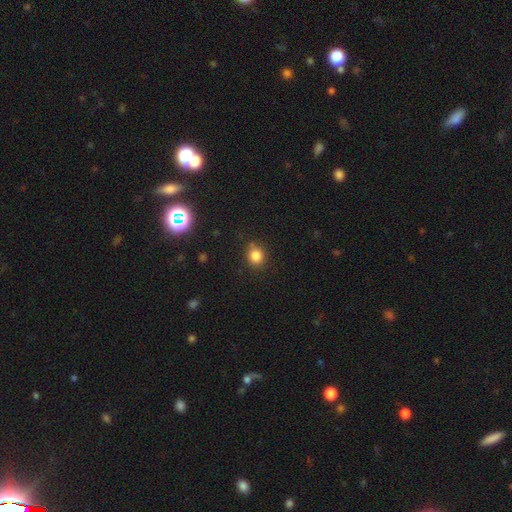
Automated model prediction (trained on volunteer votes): Smooth or featured? smooth (82%)
How rounded? round (79%)
Merging? none (78%)